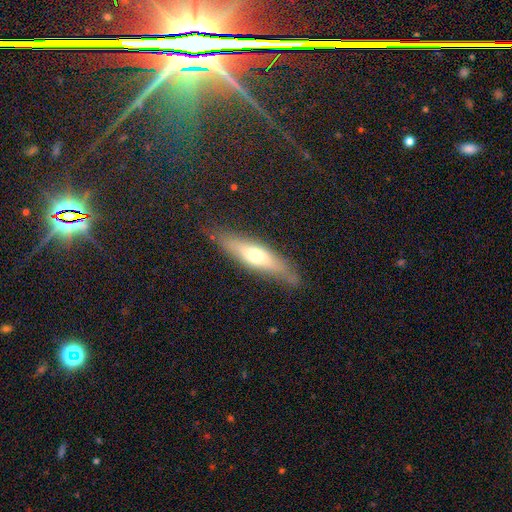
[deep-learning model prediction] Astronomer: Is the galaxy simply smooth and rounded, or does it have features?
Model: smooth — 47%, tied with featured or disk at 47%.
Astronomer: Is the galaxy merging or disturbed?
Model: none — 81%.